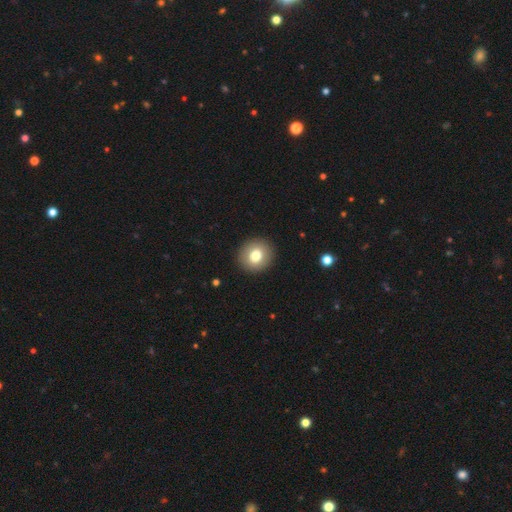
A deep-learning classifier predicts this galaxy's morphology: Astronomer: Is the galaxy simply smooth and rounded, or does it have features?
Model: smooth — 78%.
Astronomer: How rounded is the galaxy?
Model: round — 84%.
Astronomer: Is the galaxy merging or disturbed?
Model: none — 92%.